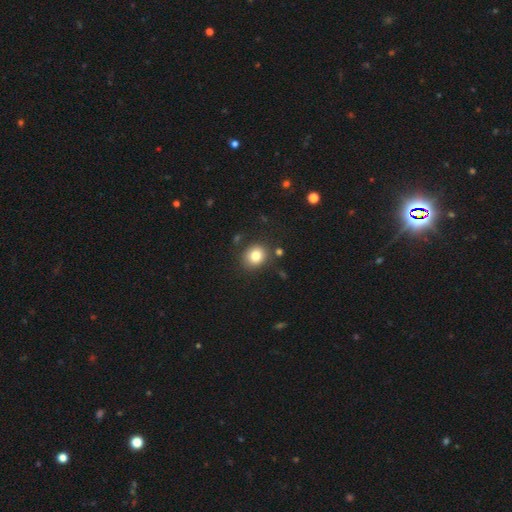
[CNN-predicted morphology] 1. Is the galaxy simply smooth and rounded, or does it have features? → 81% smooth, 10% star or artifact, 8% featured or disk.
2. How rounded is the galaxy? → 68% round, 31% in between, 1% cigar-shaped.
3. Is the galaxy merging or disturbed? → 82% none, 10% minor disturbance, 4% merger, 3% major disturbance.